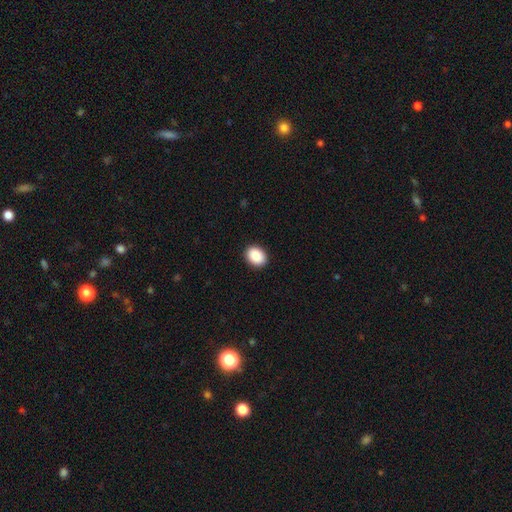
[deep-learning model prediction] The model was most divided on "how rounded": in between: 65%, round: 34%, cigar-shaped: 1%. More confident: merging — none (91%); smooth or featured — smooth (89%).